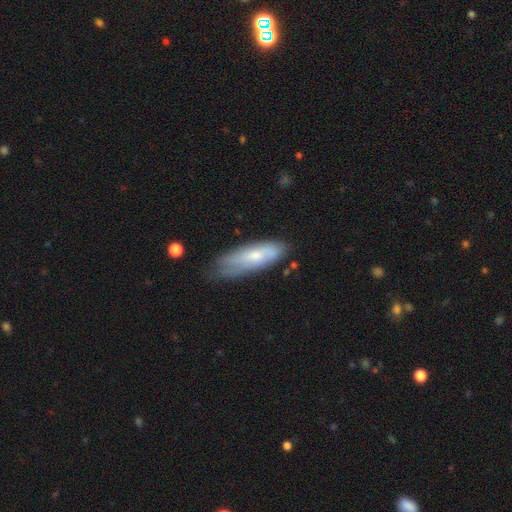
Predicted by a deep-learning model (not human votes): This appears to be a smooth galaxy with no disk features (58%) that is in between round and cigar-shaped (53%). Merging: none (58%).